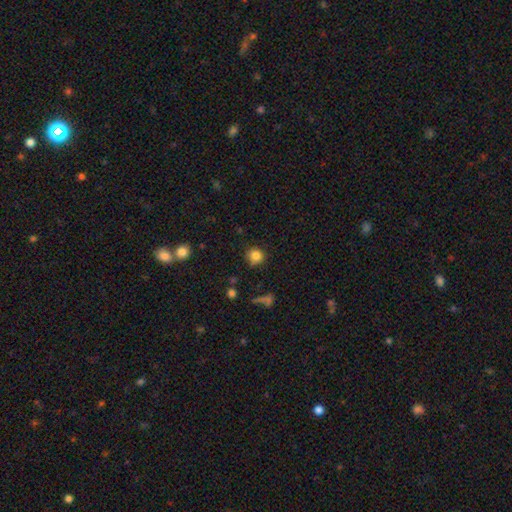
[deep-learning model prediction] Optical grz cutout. It shows a smooth galaxy with no disk features (83%) that is round (88%). Merging: none (80%).